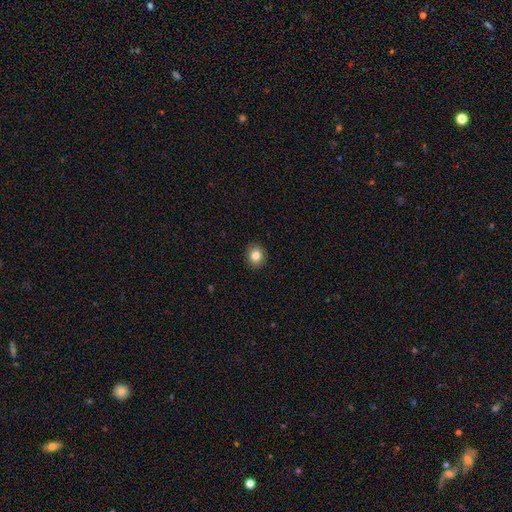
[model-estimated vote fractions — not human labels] smooth 83%, star or artifact 10%, featured or disk 7%. Down the decision tree: how rounded — round (72%); merging — none (92%).